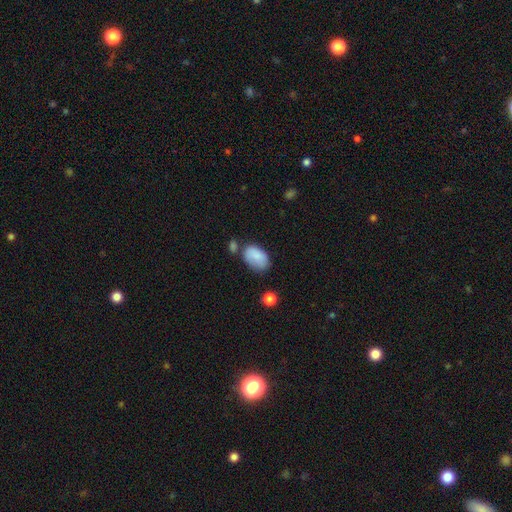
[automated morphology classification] smooth_or_featured: smooth (p=0.84) [alt: featured or disk p=0.08]
how_rounded: in between (p=0.91) [alt: round p=0.08]
merging: none (p=0.53) [alt: minor disturbance p=0.27]